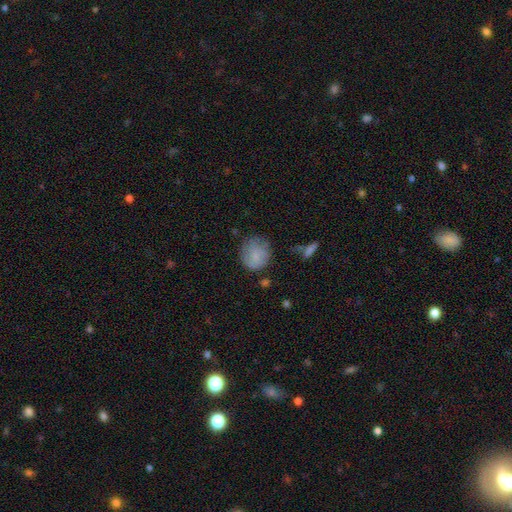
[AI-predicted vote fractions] The model was most divided on "merging": none: 63%, minor disturbance: 25%, major disturbance: 9%, merger: 3%. More confident: how rounded — round (79%); smooth or featured — smooth (74%).